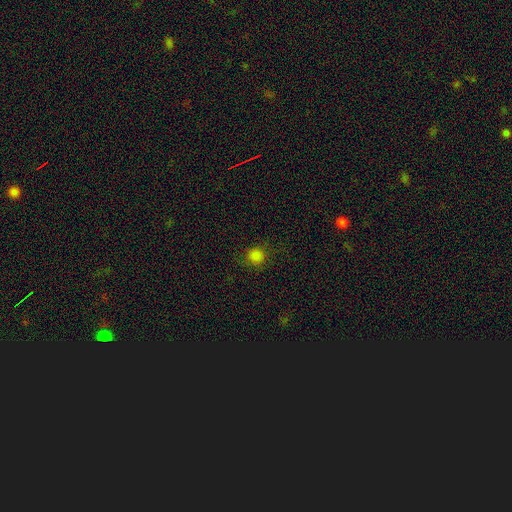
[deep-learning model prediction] Q: Smooth or featured?
A: smooth (83%); runner-up: star or artifact (14%)
Q: How rounded?
A: round (93%); runner-up: in between (6%)
Q: Merging?
A: none (85%); runner-up: minor disturbance (10%)